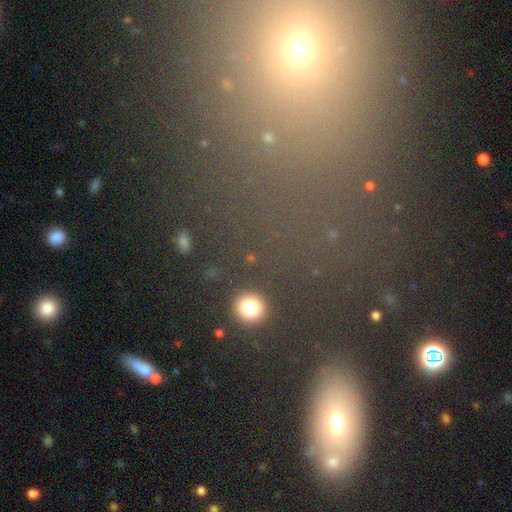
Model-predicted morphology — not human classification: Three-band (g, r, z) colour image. It shows a smooth galaxy with no disk features (52%) that is in between round and cigar-shaped (60%). Merging: none (70%).